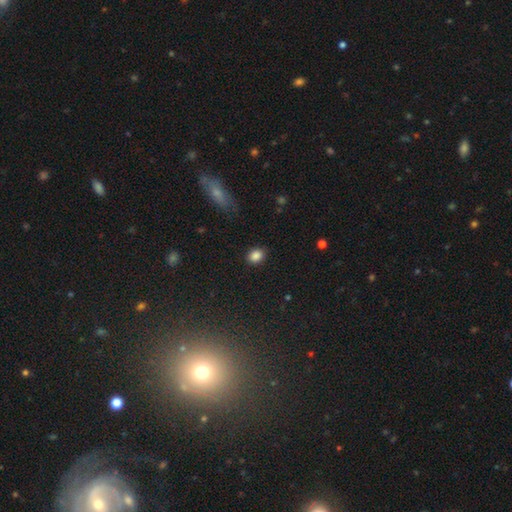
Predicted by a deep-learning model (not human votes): Q: Smooth or featured?
A: smooth (87%); runner-up: star or artifact (10%)
Q: How rounded?
A: in between (56%); runner-up: round (43%)
Q: Merging?
A: none (87%); runner-up: minor disturbance (9%)